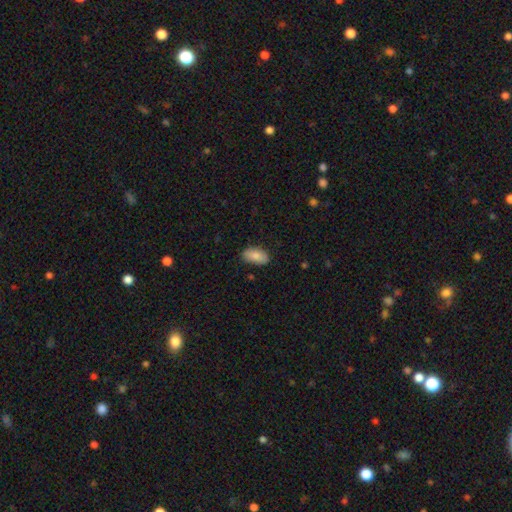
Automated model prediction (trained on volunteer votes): smooth_or_featured: smooth (p=0.84) [alt: featured or disk p=0.10]
how_rounded: in between (p=0.93) [alt: round p=0.04]
merging: none (p=0.84) [alt: minor disturbance p=0.13]